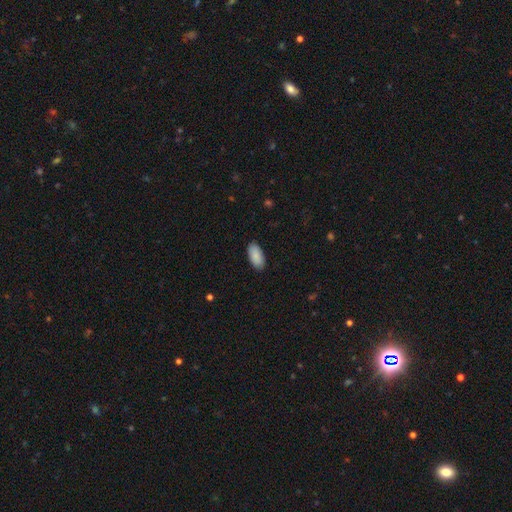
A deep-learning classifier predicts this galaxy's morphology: Smooth or featured? smooth (90%)
How rounded? in between (94%)
Merging? none (88%)